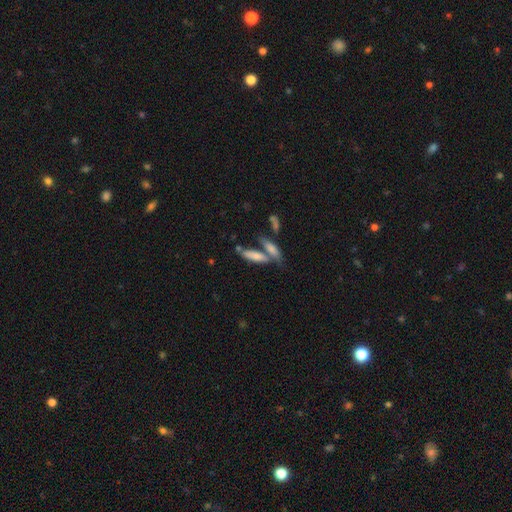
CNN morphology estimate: This is likely a smooth galaxy (65%). How rounded: possibly cigar-shaped (59%). Merging: marginally none (44%).